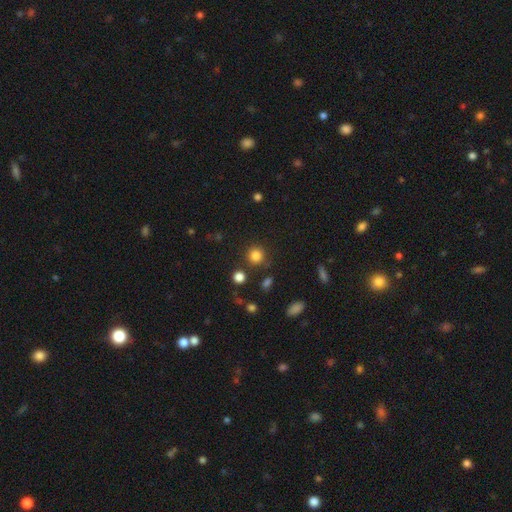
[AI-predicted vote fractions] Morphology: type=smooth (83%); roundness=round (92%); merging=none (84%).